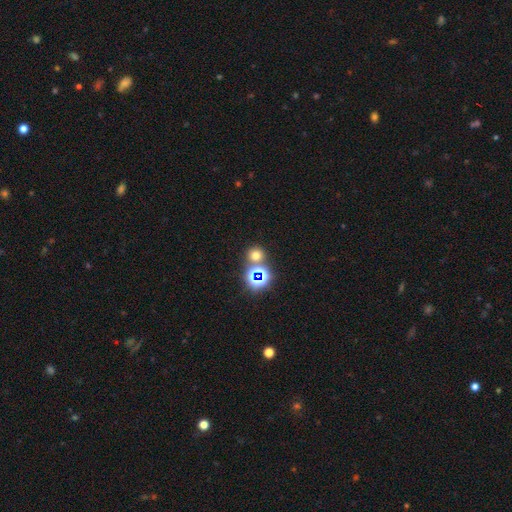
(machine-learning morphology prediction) A smooth galaxy with no disk features (60%) that is round (88%). Merging: none (71%).